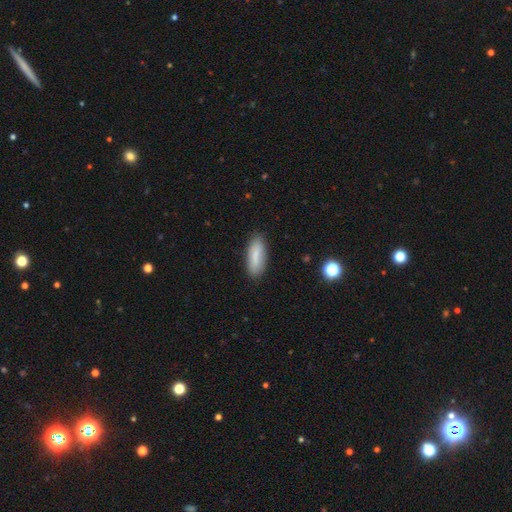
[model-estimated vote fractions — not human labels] A smooth galaxy with no disk features (79%) that is in between round and cigar-shaped (67%). Merging: none (84%).